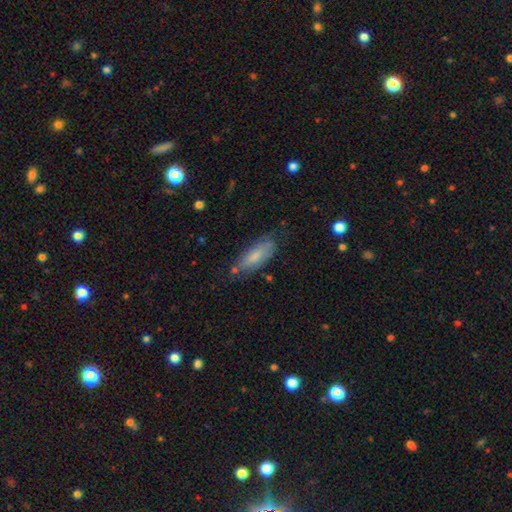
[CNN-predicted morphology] This is likely a smooth galaxy (71%). How rounded: likely in between (65%). Merging: likely none (67%).